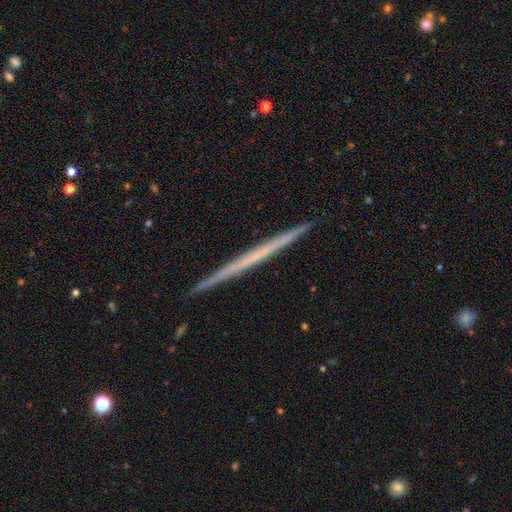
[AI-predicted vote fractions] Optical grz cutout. It shows a featured or disk galaxy (63%) viewed edge-on (98%) with no central bulge (93%). Merging: none (92%).